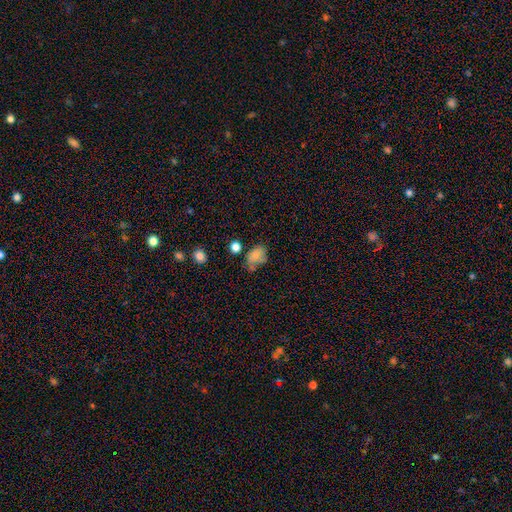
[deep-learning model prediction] smooth 75%, star or artifact 13%, featured or disk 12%. Down the decision tree: how rounded — in between (74%); merging — none (40%).